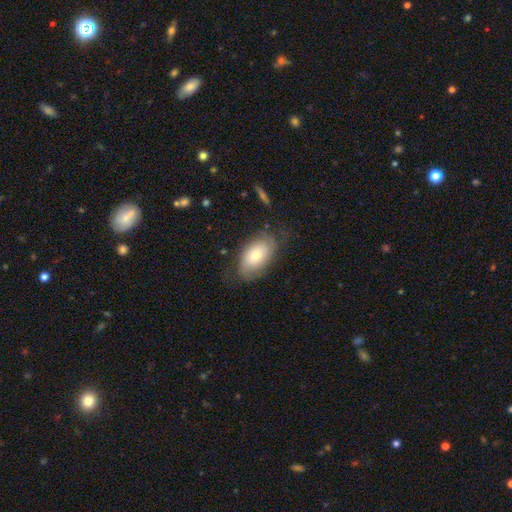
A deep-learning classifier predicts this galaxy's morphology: A smooth galaxy with no disk features (56%) that is in between round and cigar-shaped (92%).

Vote fractions:
- Smooth or featured? smooth: 56% / featured or disk: 37% / star or artifact: 7%
- How rounded? in between: 92% / round: 6% / cigar-shaped: 2%
- Merging? none: 66% / minor disturbance: 22% / major disturbance: 10% / merger: 1%